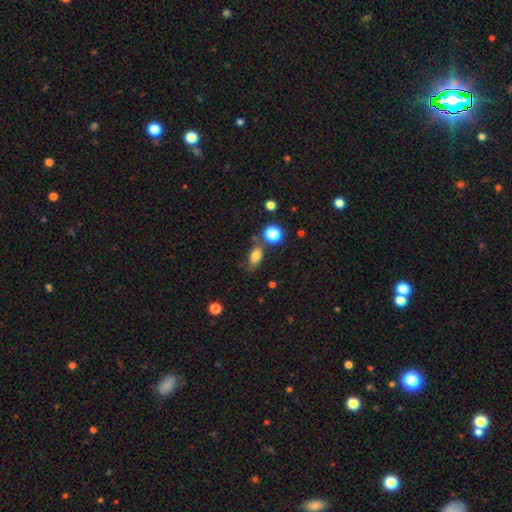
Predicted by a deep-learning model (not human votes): Smooth or featured: smooth — 75% (featured or disk — 13%)
How rounded: in between — 77% (round — 12%)
Merging: none — 67% (minor disturbance — 18%)